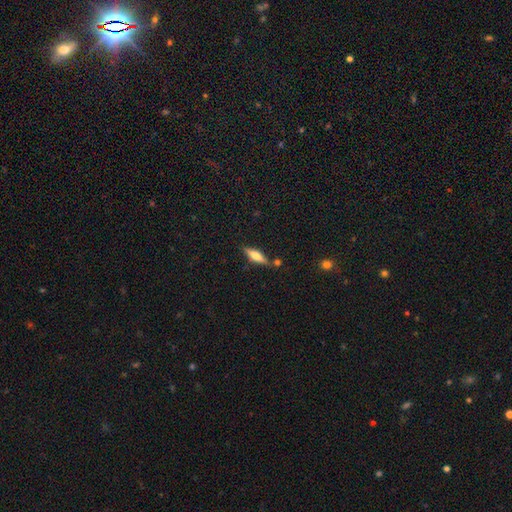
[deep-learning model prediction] This appears to be a smooth galaxy with no disk features (47%). Merging: none (78%).